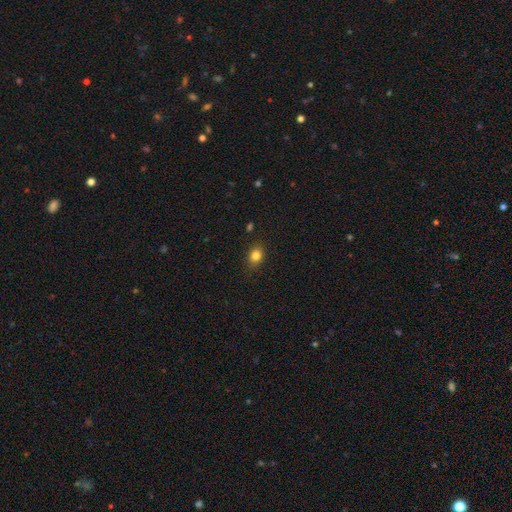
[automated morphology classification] Smooth or featured? Predicted: smooth (p=0.82). How rounded? Predicted: in between (p=0.55). Merging? Predicted: none (p=0.86).